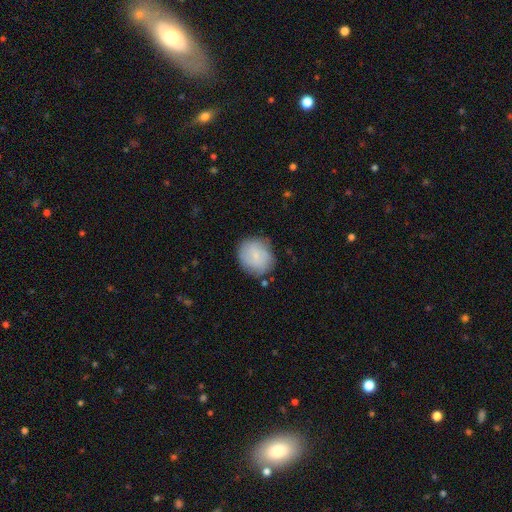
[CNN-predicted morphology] type=smooth (72%); roundness=round (79%); merging=none (77%).